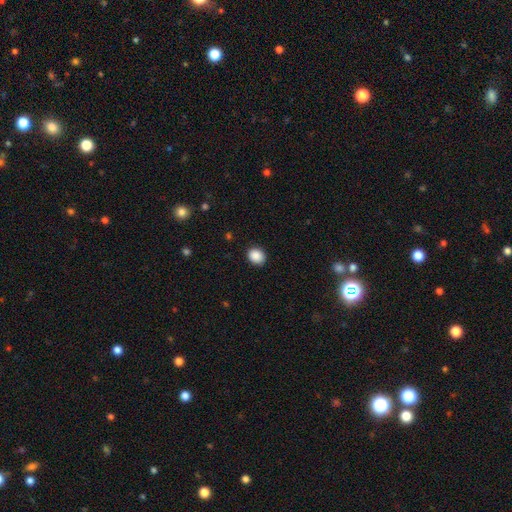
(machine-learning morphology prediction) Overall: smooth (89%). How rounded: round (60%; in between 39%). Merging: none (88%).